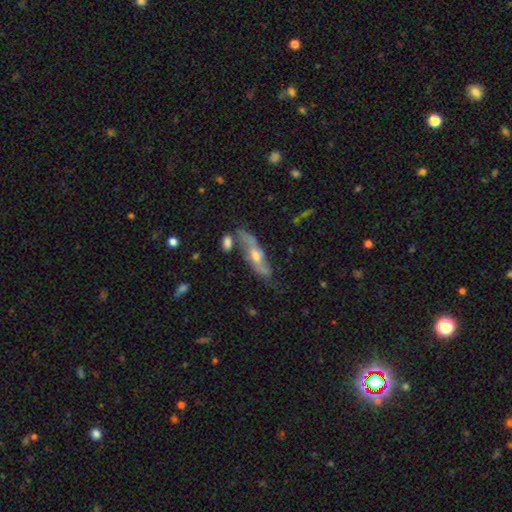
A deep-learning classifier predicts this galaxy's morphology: Smooth or featured?
  - featured or disk: 73% *
  - smooth: 19%
  - star or artifact: 8%
Edge-on disk?
  - no: 56% *
  - yes: 44%
Merging?
  - none: 64% *
  - minor disturbance: 20%
  - merger: 8%
  - major disturbance: 8%